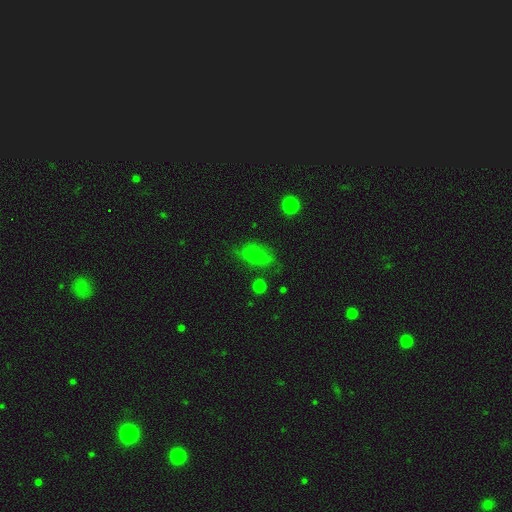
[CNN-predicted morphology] A smooth galaxy with no disk features (71%) that is in between round and cigar-shaped (86%).

Vote fractions:
- Smooth or featured? smooth: 71% / featured or disk: 18% / star or artifact: 11%
- How rounded? in between: 86% / round: 9% / cigar-shaped: 5%
- Merging? none: 63% / minor disturbance: 24% / major disturbance: 11% / merger: 3%